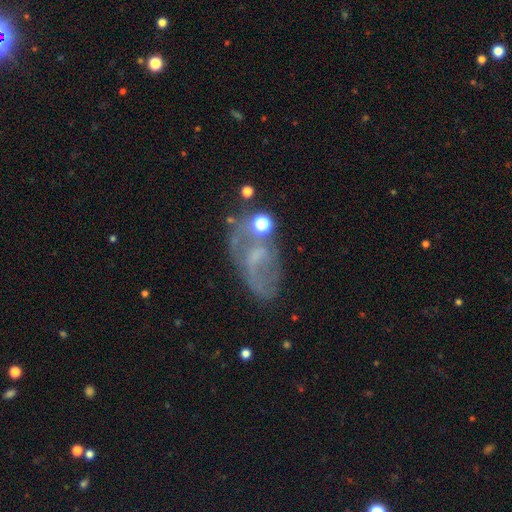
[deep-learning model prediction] featured or disk 55%, smooth 28%, star or artifact 17%. Down the decision tree: edge-on disk — no (92%); bar — no (55%); spiral arms — yes (51%); bulge size — none (40%, tied with small); merging — none (46%).